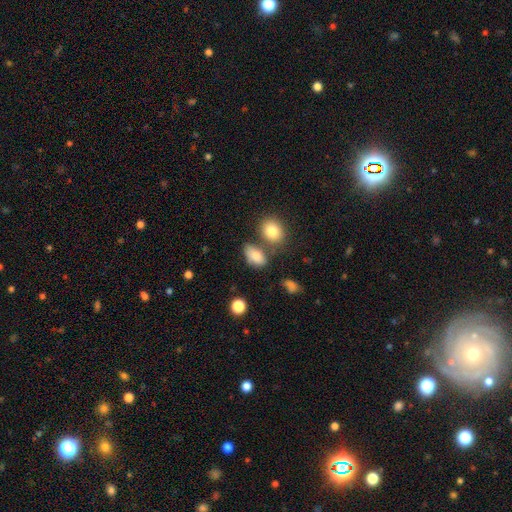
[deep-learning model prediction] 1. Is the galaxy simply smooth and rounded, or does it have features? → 81% smooth, 9% star or artifact, 9% featured or disk.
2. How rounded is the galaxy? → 87% in between, 10% round, 3% cigar-shaped.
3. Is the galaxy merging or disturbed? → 53% none, 20% minor disturbance, 19% merger, 7% major disturbance.